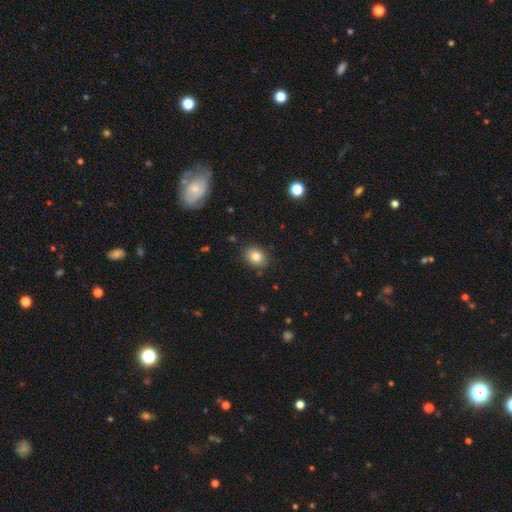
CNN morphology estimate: The model was most divided on "how rounded": in between: 56%, round: 43%, cigar-shaped: 1%. More confident: merging — none (87%); smooth or featured — smooth (83%).